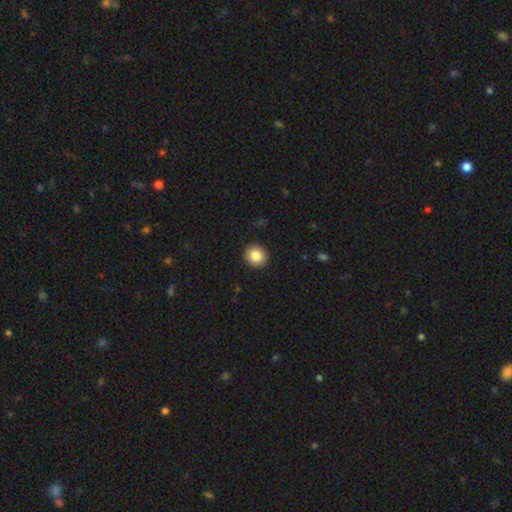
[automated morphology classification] A smooth galaxy with no disk features (84%) that is round (86%). Merging: none (92%).